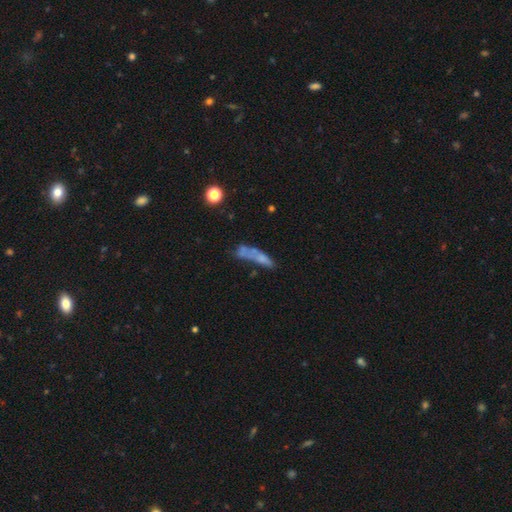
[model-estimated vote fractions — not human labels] smooth_or_featured: smooth (p=0.46) [alt: featured or disk p=0.36]
merging: none (p=0.35) [alt: merger p=0.24]